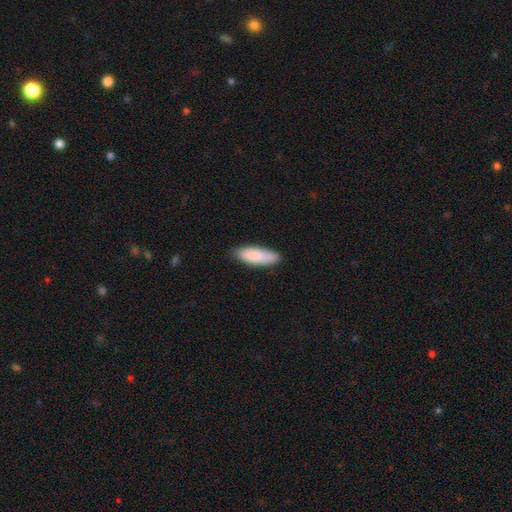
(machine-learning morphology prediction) smooth_or_featured: smooth (p=0.87) [alt: featured or disk p=0.07]
how_rounded: in between (p=0.61) [alt: cigar-shaped p=0.38]
merging: none (p=0.79) [alt: minor disturbance p=0.17]